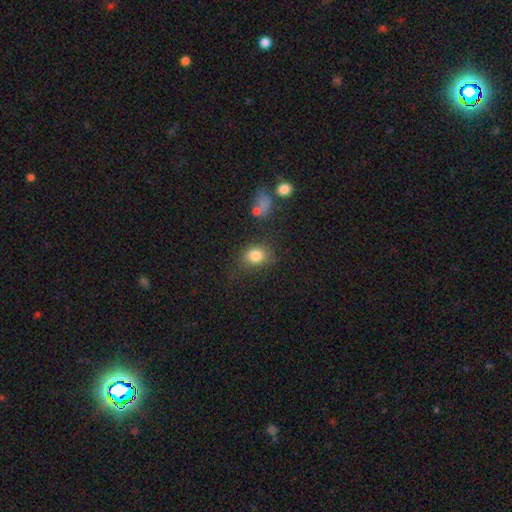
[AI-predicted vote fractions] Smooth or featured? smooth (83%)
How rounded? round (52%)
Merging? none (71%)